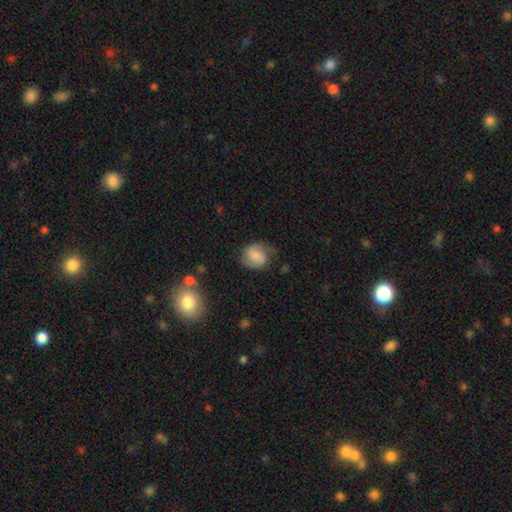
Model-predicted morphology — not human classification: Q: Smooth or featured?
A: smooth (59%); runner-up: featured or disk (32%)
Q: How rounded?
A: round (65%); runner-up: in between (34%)
Q: Merging?
A: none (63%); runner-up: minor disturbance (25%)